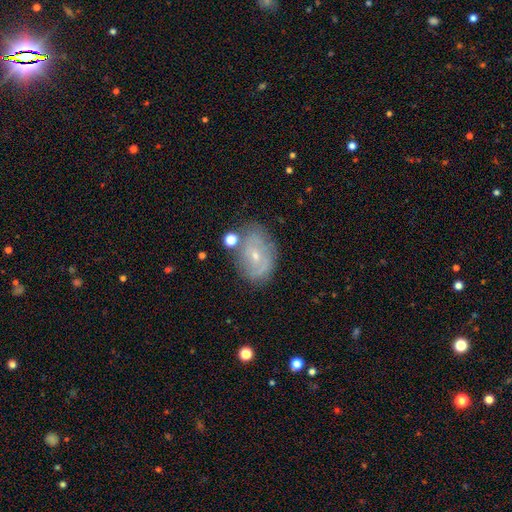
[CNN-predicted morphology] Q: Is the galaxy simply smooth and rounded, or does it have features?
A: featured or disk — 60%.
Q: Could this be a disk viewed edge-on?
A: no — 95%.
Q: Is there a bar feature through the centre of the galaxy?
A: no — 65%.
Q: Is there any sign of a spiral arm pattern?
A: yes — 66%.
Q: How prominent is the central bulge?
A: small — 74%.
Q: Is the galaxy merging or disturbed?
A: none — 62%.